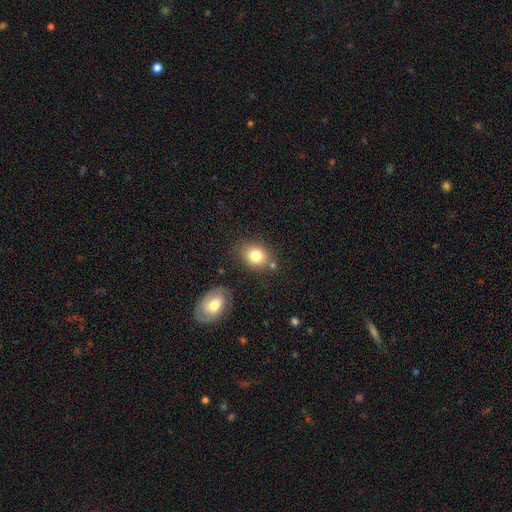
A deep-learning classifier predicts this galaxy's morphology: smooth_or_featured: smooth (p=0.80) [alt: featured or disk p=0.10]
how_rounded: in between (p=0.51) [alt: round p=0.48]
merging: none (p=0.73) [alt: minor disturbance p=0.14]